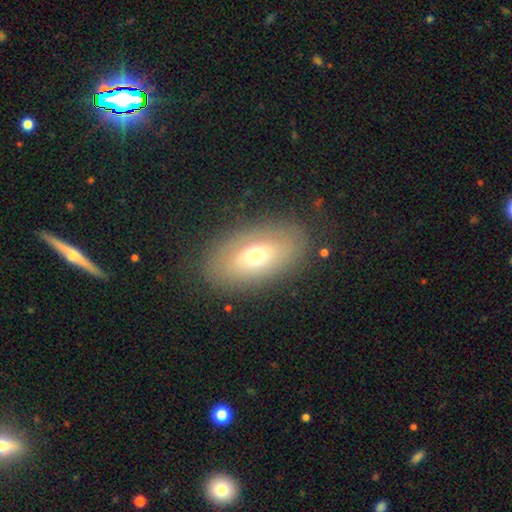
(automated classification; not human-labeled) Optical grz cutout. It shows a smooth galaxy with no disk features (56%) that is in between round and cigar-shaped (90%). Merging: none (81%).